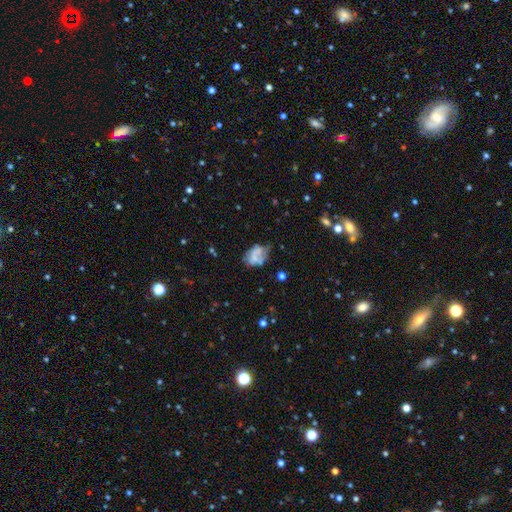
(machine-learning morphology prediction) The model was most divided on "merging": none: 36%, minor disturbance: 32%, major disturbance: 22%, merger: 10%. Remaining: smooth or featured — smooth (48%).